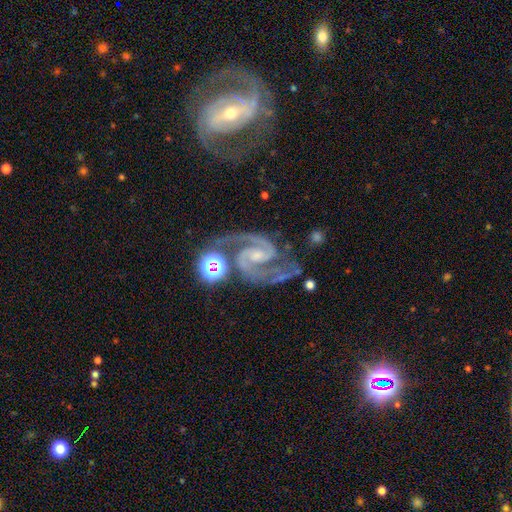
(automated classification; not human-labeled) smooth_or_featured: featured or disk (p=0.92) [alt: star or artifact p=0.06]
disk_edge_on: no (p=0.98) [alt: yes p=0.02]
bar: weak (p=0.45) [alt: no p=0.36]
has_spiral_arms: yes (p=0.99) [alt: no p=0.01]
spiral_winding: medium (p=0.63) [alt: tight p=0.27]
spiral_arm_count: 2 (p=0.92) [alt: 3 p=0.03]
bulge_size: small (p=0.58) [alt: moderate p=0.30]
merging: none (p=0.65) [alt: minor disturbance p=0.18]